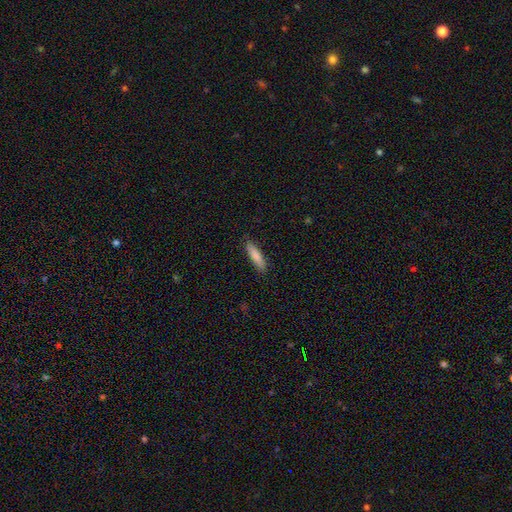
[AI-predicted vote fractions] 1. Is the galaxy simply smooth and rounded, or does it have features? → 83% smooth, 11% featured or disk, 6% star or artifact.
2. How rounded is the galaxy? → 76% cigar-shaped, 23% in between, 1% round.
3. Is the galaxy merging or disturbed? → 87% none, 10% minor disturbance, 2% major disturbance, 1% merger.